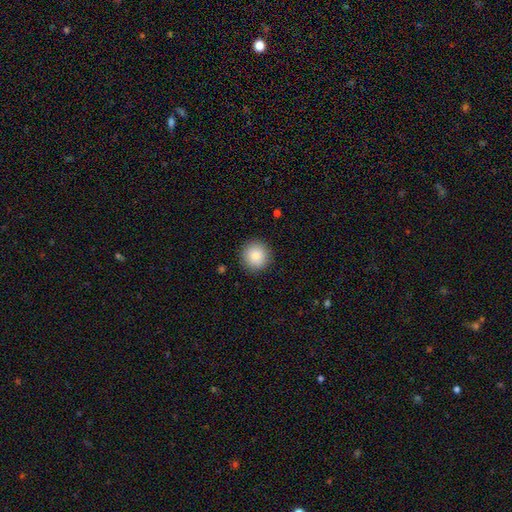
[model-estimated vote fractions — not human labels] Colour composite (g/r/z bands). It shows a smooth galaxy with no disk features (86%) that is round (95%). Merging: none (91%).